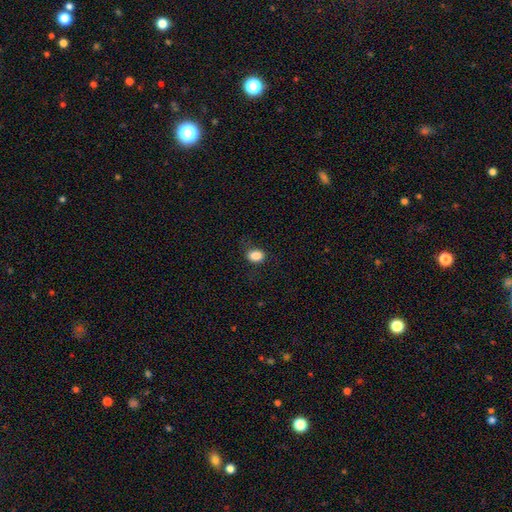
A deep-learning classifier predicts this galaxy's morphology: Overall: smooth (86%). How rounded: in between (69%; round 30%). Merging: none (79%).